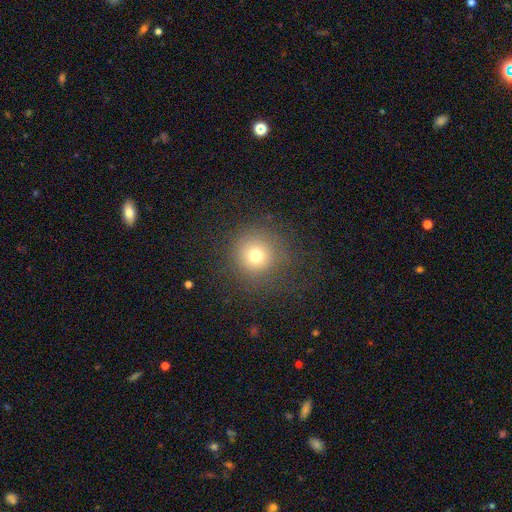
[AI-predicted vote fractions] A smooth galaxy with no disk features (72%) that is round (94%). Merging: none (82%).